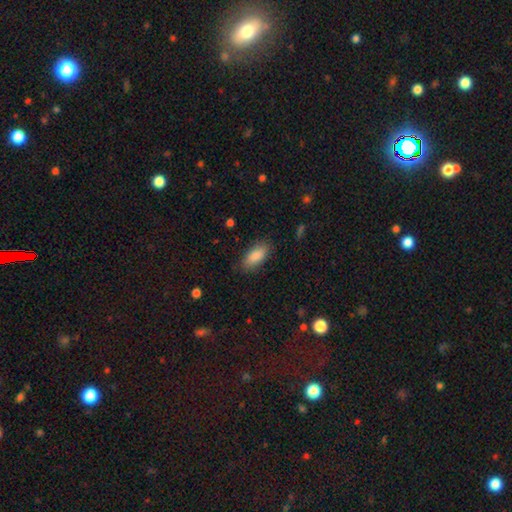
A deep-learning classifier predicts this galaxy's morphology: This is clearly a smooth galaxy (87%). How rounded: clearly in between (88%). Merging: clearly none (84%).